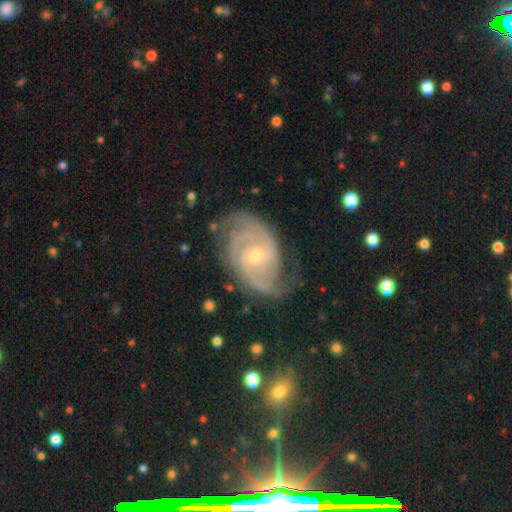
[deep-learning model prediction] featured or disk 90%, smooth 5%, star or artifact 5%. Down the decision tree: edge-on disk — no (97%); bar — no (61%); spiral arms — yes (98%); spiral arm count — 2 (41%); spiral winding — tight (65%); bulge size — small (64%); merging — none (68%).